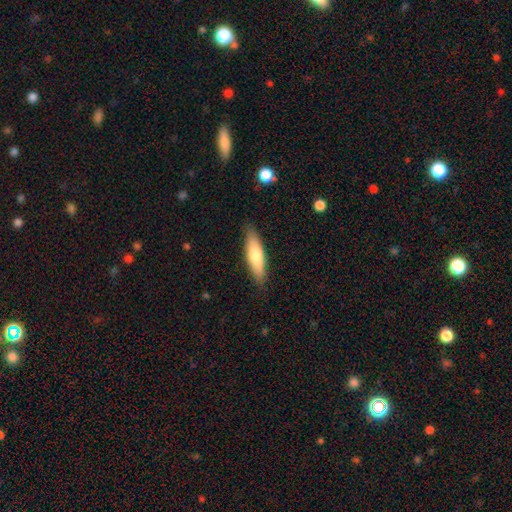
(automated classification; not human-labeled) Smooth or featured? Predicted: smooth (p=0.75). How rounded? Predicted: cigar-shaped (p=0.61). Merging? Predicted: none (p=0.86).